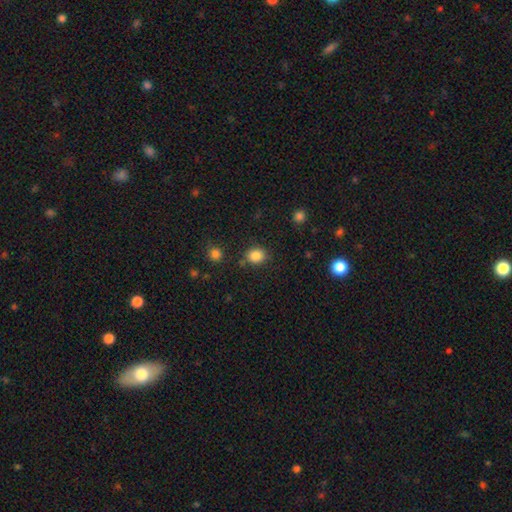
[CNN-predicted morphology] Smooth or featured?
  - smooth: 85% *
  - star or artifact: 11%
  - featured or disk: 5%
How rounded?
  - round: 62% *
  - in between: 37%
  - cigar-shaped: 1%
Merging?
  - none: 79% *
  - minor disturbance: 12%
  - merger: 5%
  - major disturbance: 4%